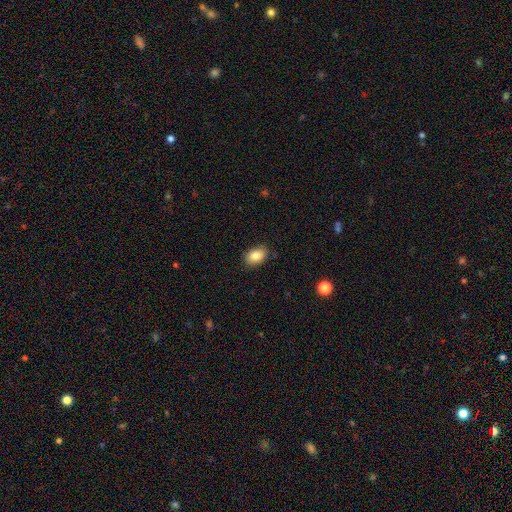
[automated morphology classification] smooth_or_featured: smooth (p=0.84) [alt: star or artifact p=0.08]
how_rounded: in between (p=0.81) [alt: round p=0.18]
merging: none (p=0.86) [alt: minor disturbance p=0.11]